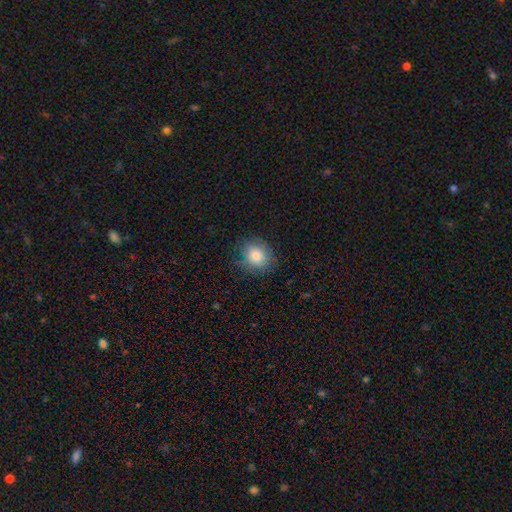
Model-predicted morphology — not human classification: Smooth or featured?
  - smooth: 81% *
  - featured or disk: 10%
  - star or artifact: 9%
How rounded?
  - round: 67% *
  - in between: 32%
  - cigar-shaped: 1%
Merging?
  - none: 78% *
  - minor disturbance: 16%
  - major disturbance: 5%
  - merger: 1%